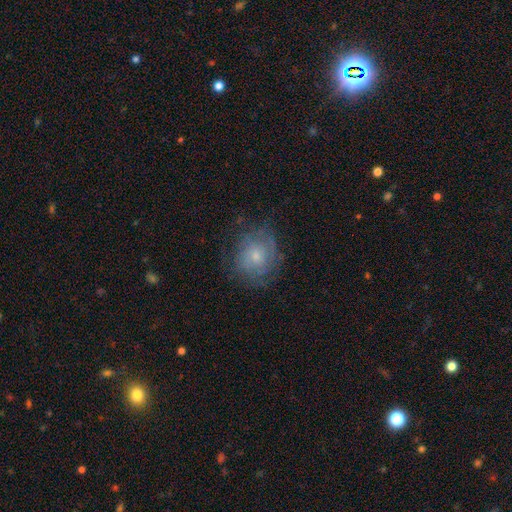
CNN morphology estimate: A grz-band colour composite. It shows a smooth galaxy with no disk features (46%). Merging: none (68%).